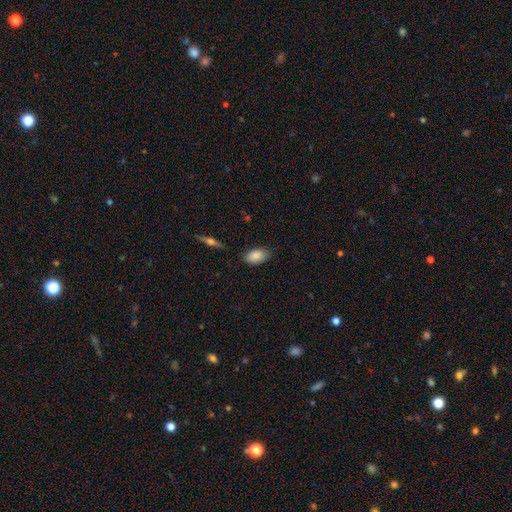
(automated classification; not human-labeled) Smooth or featured? smooth (85%)
How rounded? in between (92%)
Merging? none (79%)